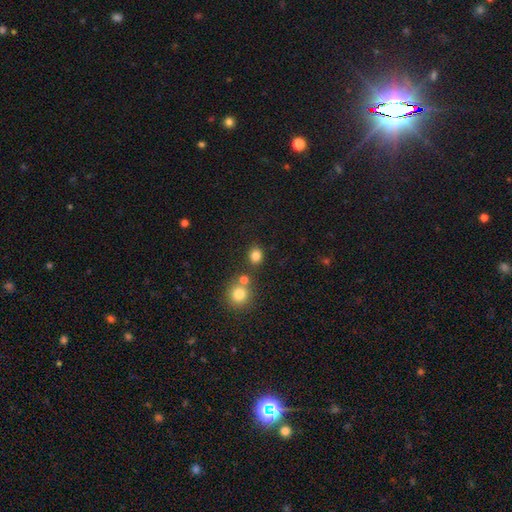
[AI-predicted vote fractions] This appears to be a smooth galaxy with no disk features (82%) that is round (76%). Merging: none (78%).